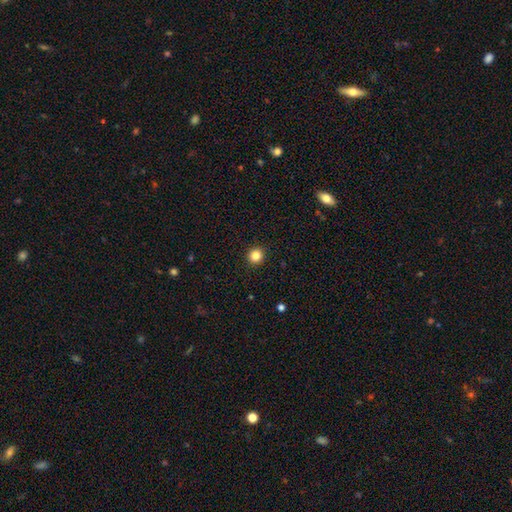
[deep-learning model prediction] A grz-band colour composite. It shows a smooth galaxy with no disk features (84%) that is round (92%). Merging: none (93%).